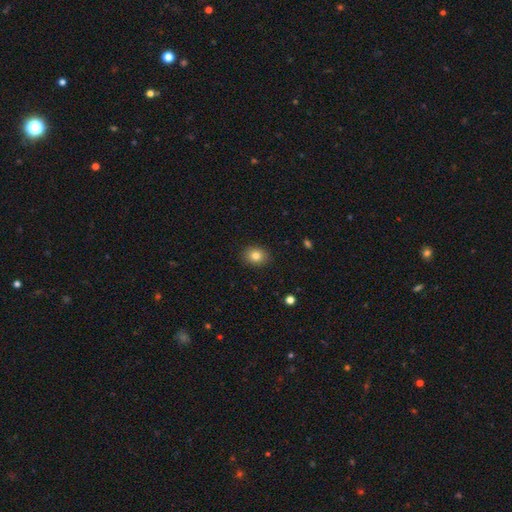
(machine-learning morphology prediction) Smooth or featured: smooth — 82% (star or artifact — 10%)
How rounded: round — 53% (in between — 46%)
Merging: none — 90% (minor disturbance — 8%)